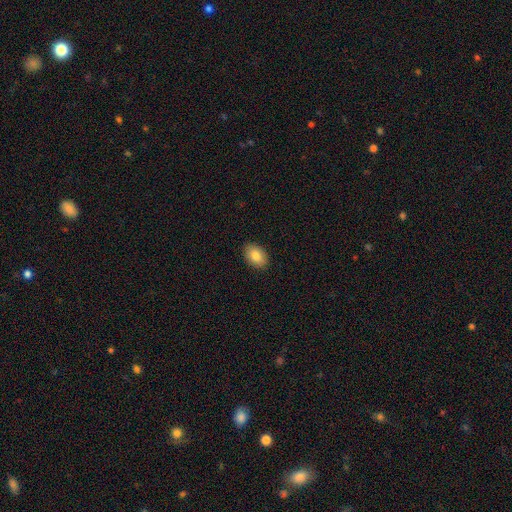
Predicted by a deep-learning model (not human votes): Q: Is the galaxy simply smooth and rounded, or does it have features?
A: smooth — 84%.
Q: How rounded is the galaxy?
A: in between — 87%.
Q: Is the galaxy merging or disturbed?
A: none — 90%.